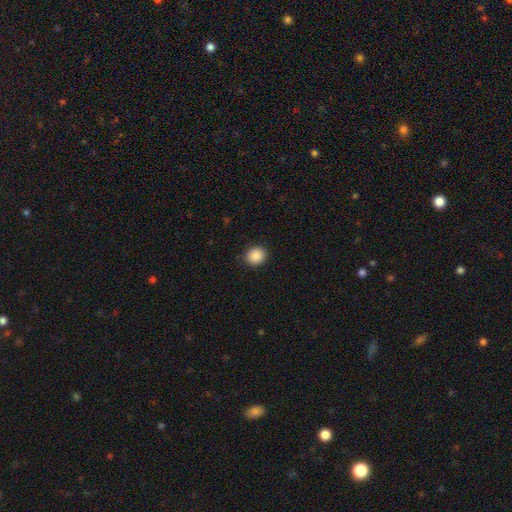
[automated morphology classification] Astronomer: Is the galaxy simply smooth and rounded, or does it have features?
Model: smooth — 89%.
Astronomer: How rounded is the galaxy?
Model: round — 78%.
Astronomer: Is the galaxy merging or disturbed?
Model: none — 88%.